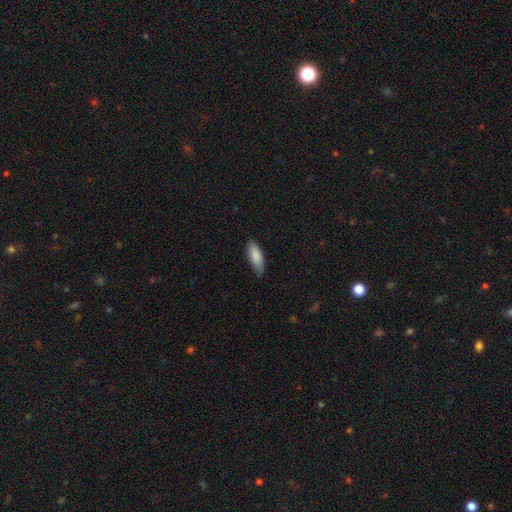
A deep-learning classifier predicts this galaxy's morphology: smooth_or_featured: smooth (p=0.86) [alt: featured or disk p=0.09]
how_rounded: in between (p=0.69) [alt: cigar-shaped p=0.29]
merging: none (p=0.74) [alt: minor disturbance p=0.22]